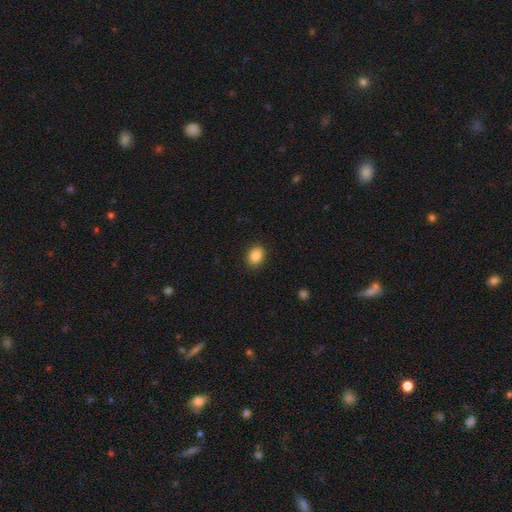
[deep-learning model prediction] Smooth or featured: smooth — 86% (star or artifact — 9%)
How rounded: in between — 50% (round — 49%)
Merging: none — 89% (minor disturbance — 8%)